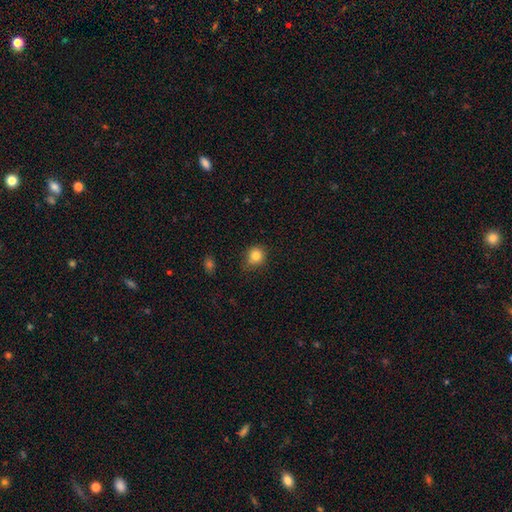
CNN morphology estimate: A smooth galaxy with no disk features (82%) that is round (85%). Merging: none (72%).